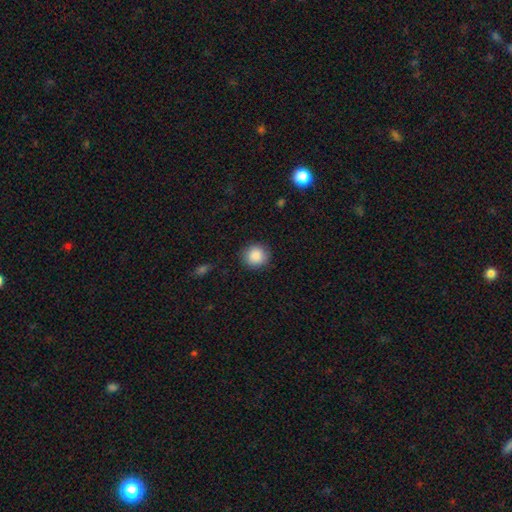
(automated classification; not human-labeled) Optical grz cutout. It shows a smooth galaxy with no disk features (88%) that is round (91%). Merging: none (88%).